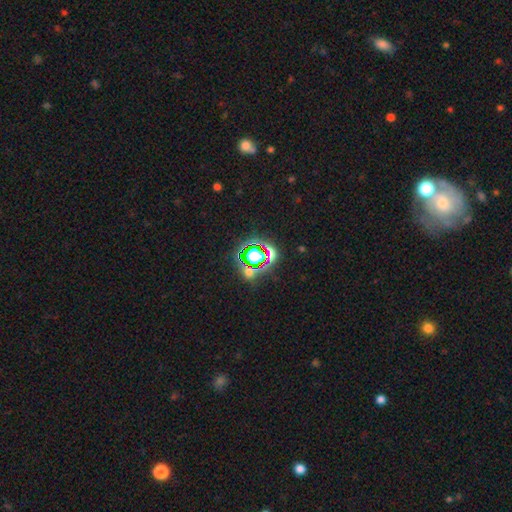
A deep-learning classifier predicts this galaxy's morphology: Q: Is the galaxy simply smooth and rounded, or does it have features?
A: star or artifact — 67%.